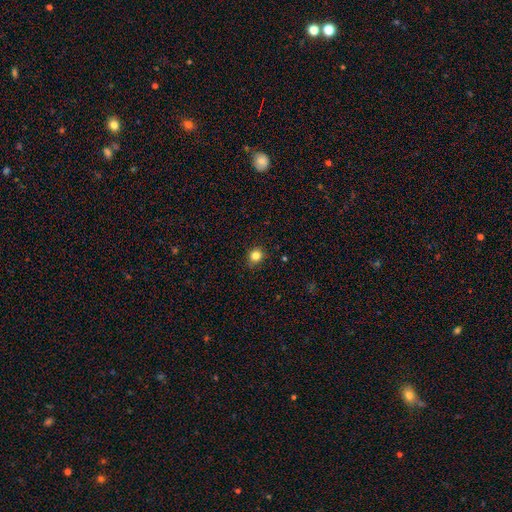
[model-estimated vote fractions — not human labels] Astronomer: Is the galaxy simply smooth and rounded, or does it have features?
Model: smooth — 82%.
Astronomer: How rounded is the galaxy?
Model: round — 83%.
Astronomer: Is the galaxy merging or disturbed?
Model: none — 85%.